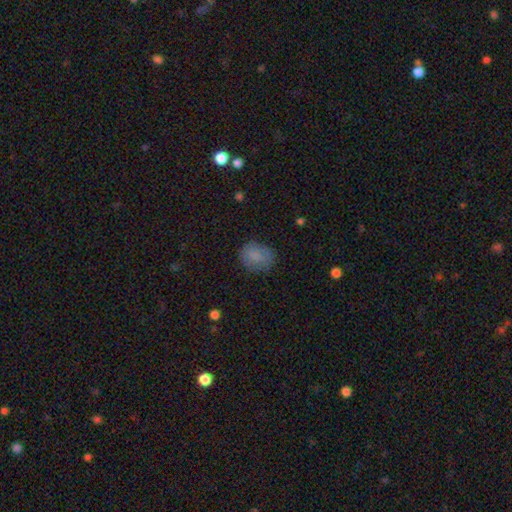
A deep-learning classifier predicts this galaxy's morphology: smooth 82%, star or artifact 9%, featured or disk 9%. Down the decision tree: how rounded — in between (52%); merging — none (75%).